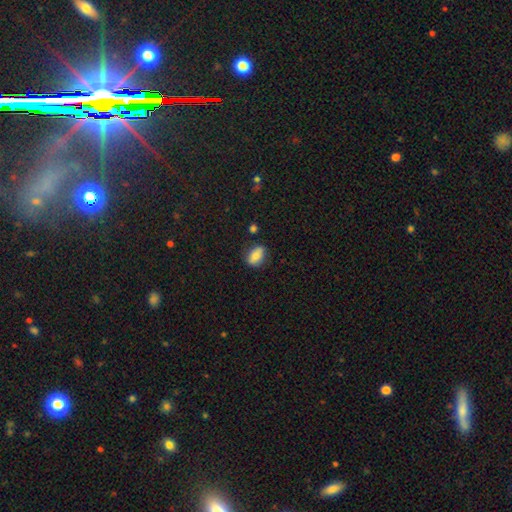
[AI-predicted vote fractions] A smooth galaxy with no disk features (76%) that is in between round and cigar-shaped (80%). Merging: none (72%).